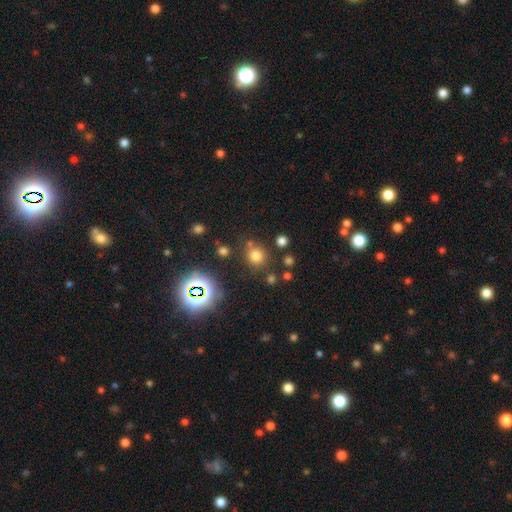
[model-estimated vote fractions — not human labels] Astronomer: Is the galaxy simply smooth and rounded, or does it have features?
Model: smooth — 71%.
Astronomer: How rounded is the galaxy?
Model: round — 85%.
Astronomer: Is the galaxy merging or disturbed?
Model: none — 74%.